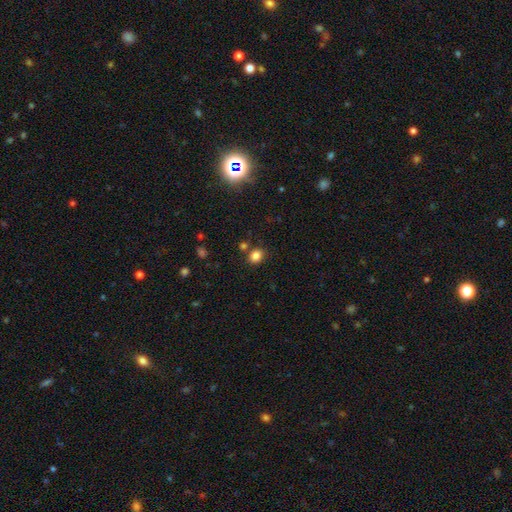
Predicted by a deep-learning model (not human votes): Smooth or featured: smooth — 83% (star or artifact — 12%)
How rounded: round — 58% (in between — 41%)
Merging: none — 79% (minor disturbance — 10%)